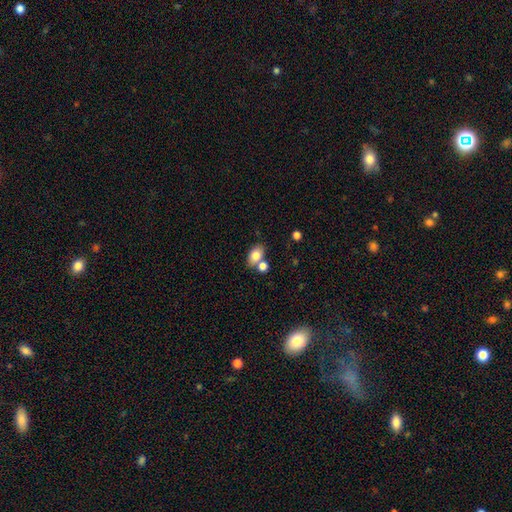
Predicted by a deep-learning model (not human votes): This appears to be a smooth galaxy with no disk features (79%) that is in between round and cigar-shaped (79%). Merging: none (56%).